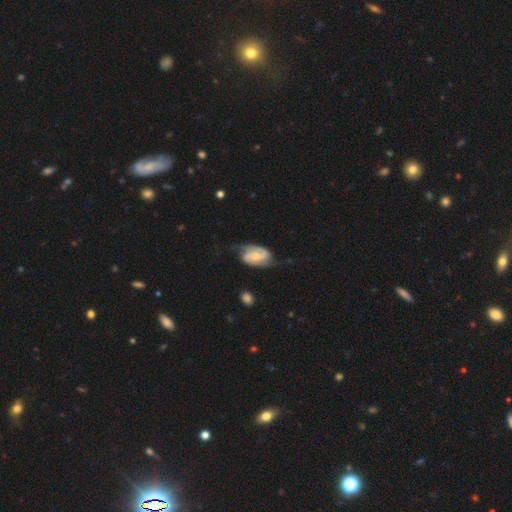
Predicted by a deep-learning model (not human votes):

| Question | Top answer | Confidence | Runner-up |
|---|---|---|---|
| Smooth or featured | featured or disk | 78% | smooth (17%) |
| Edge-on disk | no | 97% | yes (3%) |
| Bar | no | 46% | weak (42%) |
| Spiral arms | yes | 95% | no (5%) |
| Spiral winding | medium | 46% | tight (34%) |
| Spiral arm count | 2 | 87% | can't tell (6%) |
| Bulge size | moderate | 47% | small (38%) |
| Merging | none | 64% | minor disturbance (25%) |